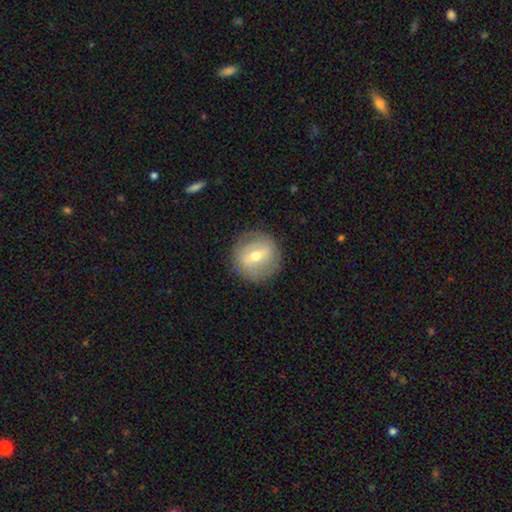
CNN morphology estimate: Smooth or featured? Predicted: featured or disk (p=0.53). Edge-on disk? Predicted: no (p=0.93). Merging? Predicted: none (p=0.85).